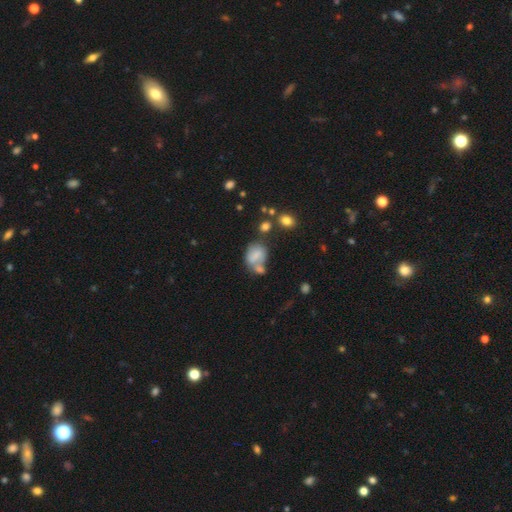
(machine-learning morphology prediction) The model was most divided on "merging": merger: 40%, none: 29%, minor disturbance: 18%, major disturbance: 13%. More confident: smooth or featured — smooth (67%); how rounded — in between (65%).